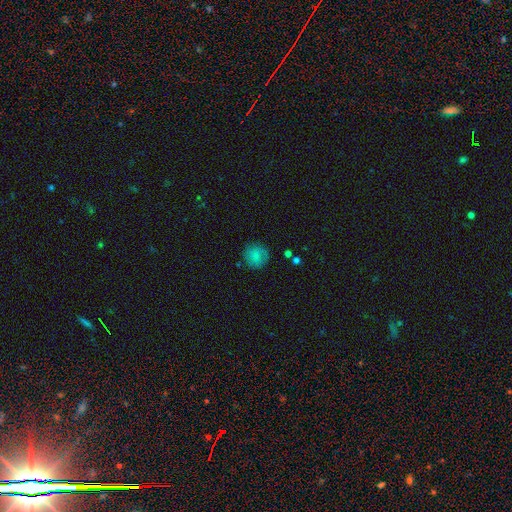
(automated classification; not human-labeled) Overall: smooth (78%). How rounded: round (91%). Merging: none (81%).